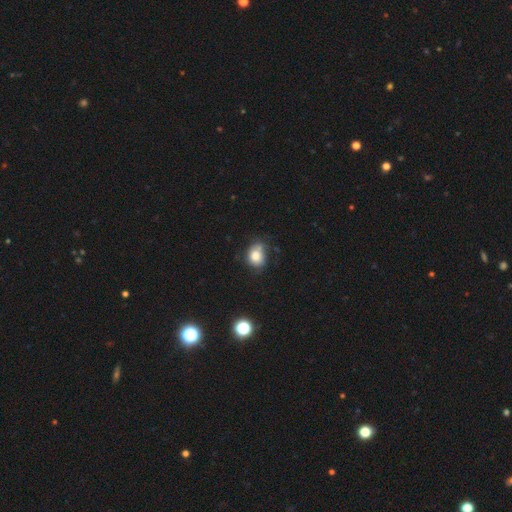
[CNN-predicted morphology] Smooth or featured? smooth (79%)
How rounded? round (51%)
Merging? none (53%)